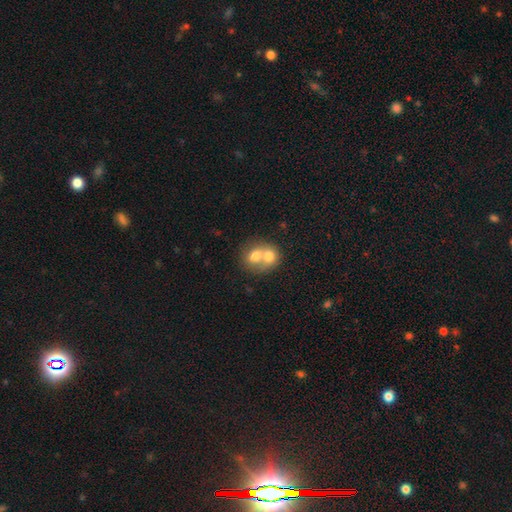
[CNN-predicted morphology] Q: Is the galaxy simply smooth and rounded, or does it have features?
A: smooth — 68%.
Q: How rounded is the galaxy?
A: round — 62%.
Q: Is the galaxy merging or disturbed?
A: merger — 72%.